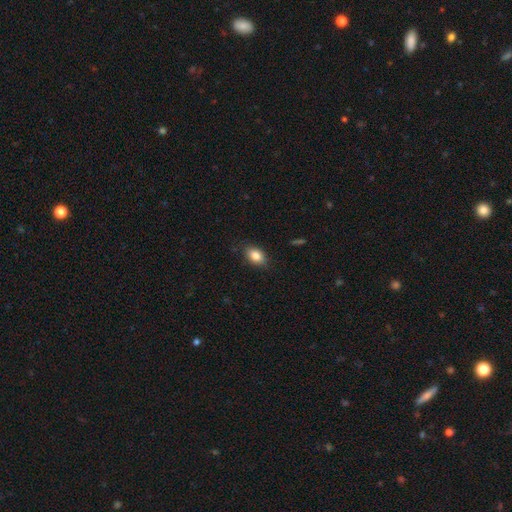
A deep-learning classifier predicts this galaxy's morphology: A smooth galaxy with no disk features (84%) that is in between round and cigar-shaped (82%).

Vote fractions:
- Smooth or featured? smooth: 84% / star or artifact: 9% / featured or disk: 8%
- How rounded? in between: 82% / round: 16% / cigar-shaped: 2%
- Merging? none: 84% / minor disturbance: 12% / major disturbance: 3% / merger: 1%